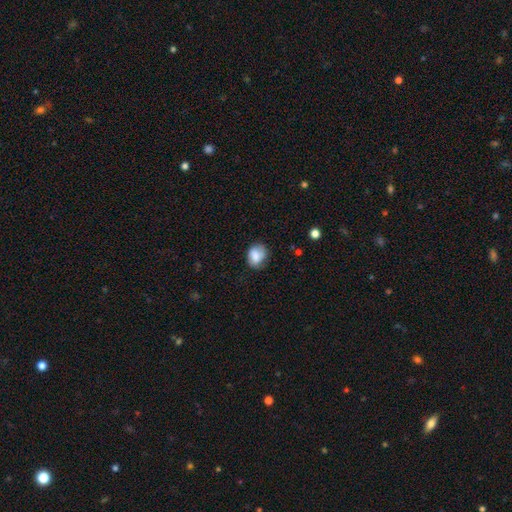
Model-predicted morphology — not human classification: Smooth or featured? Predicted: smooth (p=0.76). How rounded? Predicted: in between (p=0.52). Merging? Predicted: none (p=0.62).